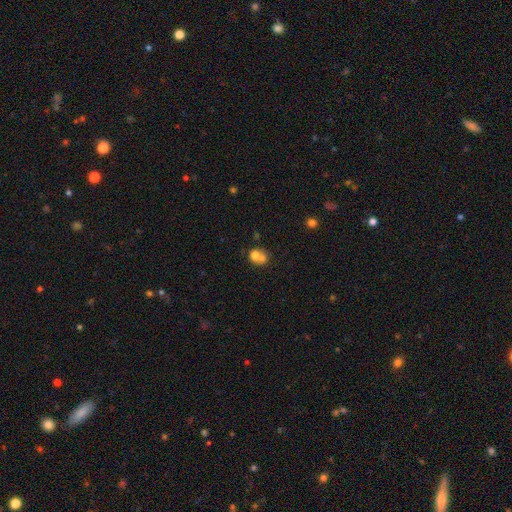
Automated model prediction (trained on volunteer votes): This appears to be a smooth galaxy with no disk features (69%) that is round (69%). Merging: merger (58%).